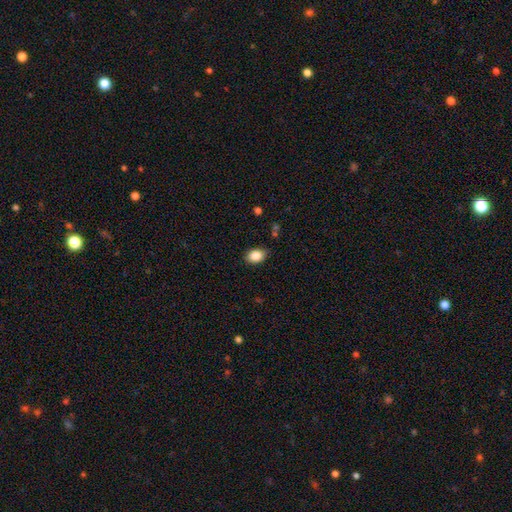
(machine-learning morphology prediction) Smooth or featured? smooth (86%)
How rounded? in between (73%)
Merging? none (83%)